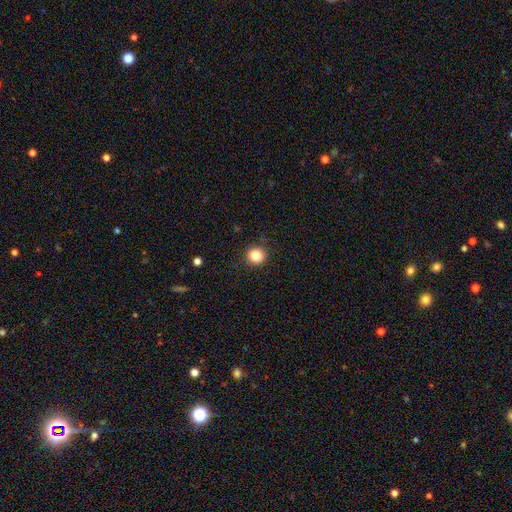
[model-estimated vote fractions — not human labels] Smooth or featured?
  - smooth: 85% *
  - star or artifact: 11%
  - featured or disk: 4%
How rounded?
  - round: 92% *
  - in between: 7%
  - cigar-shaped: 1%
Merging?
  - none: 90% *
  - minor disturbance: 7%
  - major disturbance: 2%
  - merger: 1%